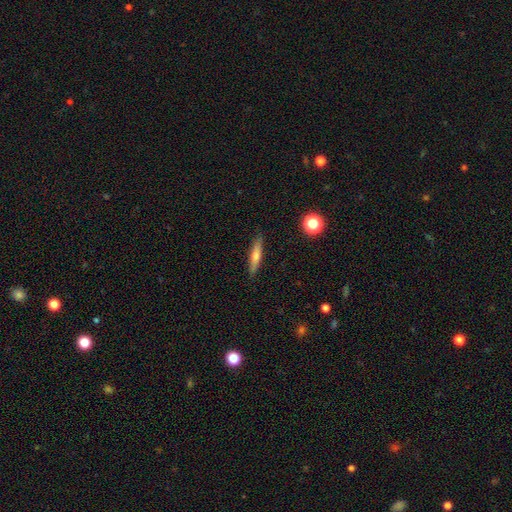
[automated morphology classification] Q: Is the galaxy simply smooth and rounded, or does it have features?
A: smooth — 52%.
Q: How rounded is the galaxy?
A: cigar-shaped — 87%.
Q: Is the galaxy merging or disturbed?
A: none — 90%.